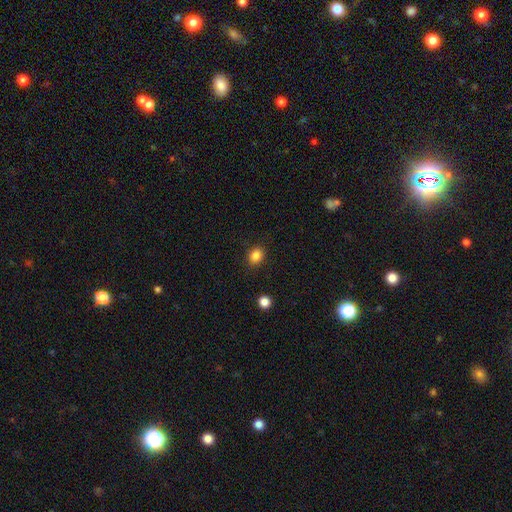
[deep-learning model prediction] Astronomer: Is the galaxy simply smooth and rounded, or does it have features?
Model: smooth — 85%.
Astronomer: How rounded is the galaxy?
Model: round — 51% (runner-up: in between, 48%).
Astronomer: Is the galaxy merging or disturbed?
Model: none — 87%.